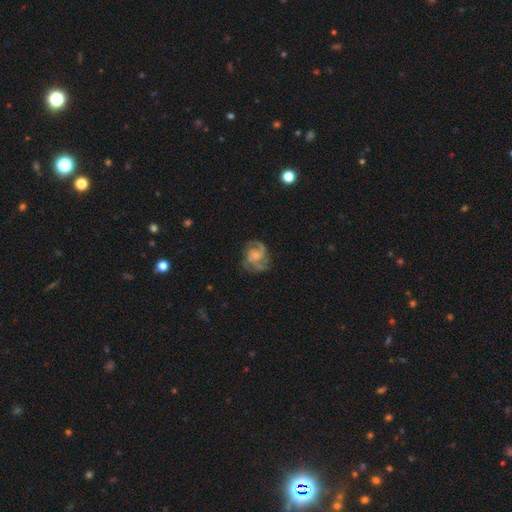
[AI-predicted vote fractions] Smooth or featured? Predicted: featured or disk (p=0.82). Edge-on disk? Predicted: no (p=0.98). Bar? Predicted: no (p=0.65). Spiral arms? Predicted: yes (p=0.95). Spiral winding? Predicted: medium (p=0.51). Spiral arm count? Predicted: 2 (p=0.42). Bulge size? Predicted: small (p=0.47). Merging? Predicted: none (p=0.68).